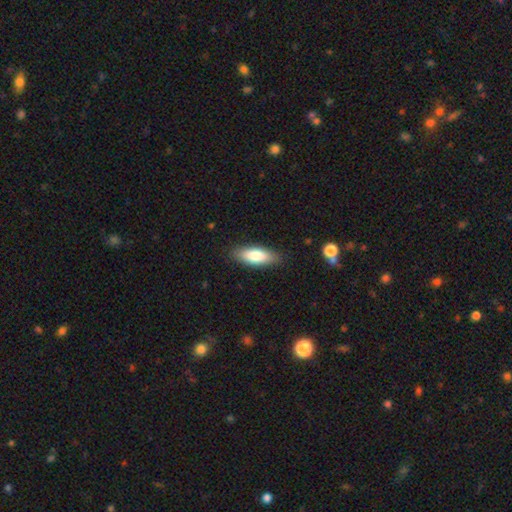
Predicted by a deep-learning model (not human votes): Q: Smooth or featured?
A: smooth (80%); runner-up: featured or disk (15%)
Q: How rounded?
A: in between (70%); runner-up: cigar-shaped (28%)
Q: Merging?
A: none (86%); runner-up: minor disturbance (10%)